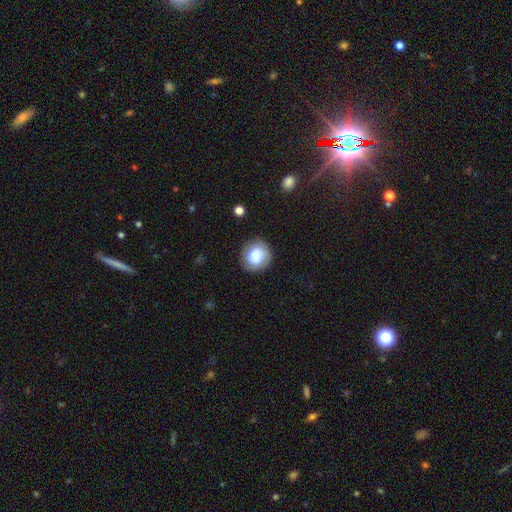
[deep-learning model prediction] smooth_or_featured: smooth (p=0.77) [alt: featured or disk p=0.14]
how_rounded: round (p=0.82) [alt: in between p=0.17]
merging: none (p=0.79) [alt: minor disturbance p=0.15]